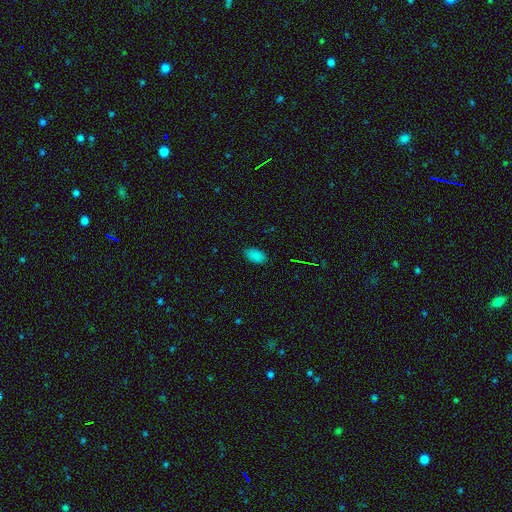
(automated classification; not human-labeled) Smooth or featured? smooth (84%)
How rounded? in between (94%)
Merging? none (86%)